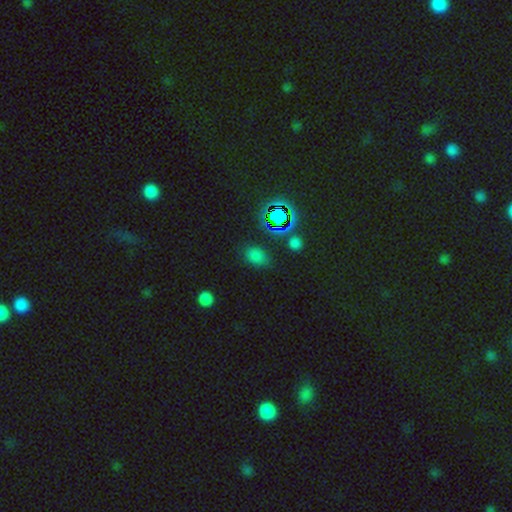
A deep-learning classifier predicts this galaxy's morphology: A smooth galaxy with no disk features (63%) that is in between round and cigar-shaped (69%). Merging: none (78%).